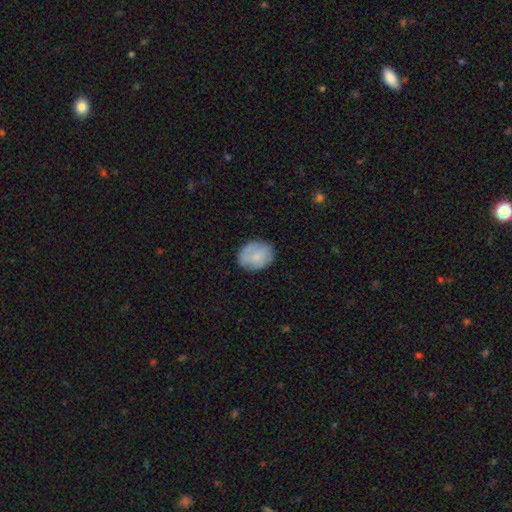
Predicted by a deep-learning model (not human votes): This appears to be a smooth galaxy with no disk features (70%) that is round (54%). Merging: none (77%).